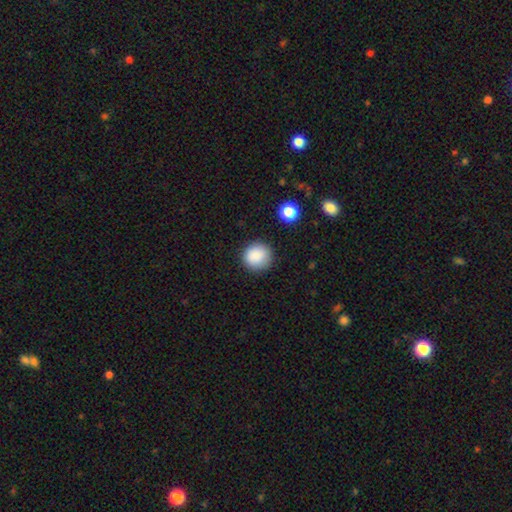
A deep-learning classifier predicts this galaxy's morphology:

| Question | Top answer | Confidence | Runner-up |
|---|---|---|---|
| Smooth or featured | smooth | 87% | star or artifact (9%) |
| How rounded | round | 92% | in between (7%) |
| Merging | none | 88% | minor disturbance (8%) |